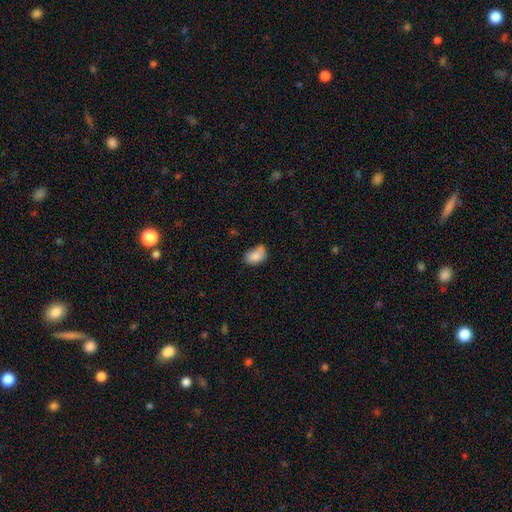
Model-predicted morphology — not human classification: Q: Smooth or featured?
A: smooth (84%); runner-up: star or artifact (9%)
Q: How rounded?
A: in between (86%); runner-up: round (12%)
Q: Merging?
A: none (46%); runner-up: minor disturbance (33%)